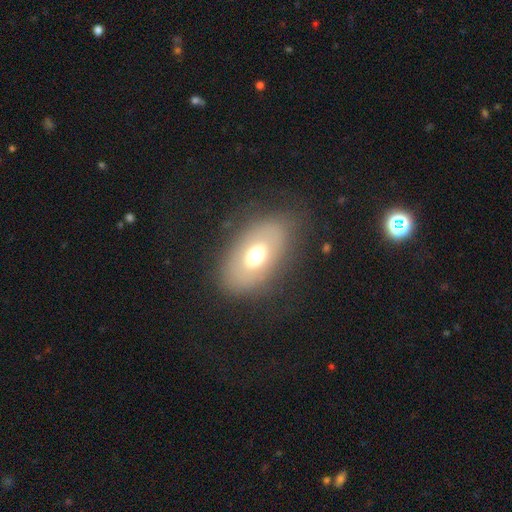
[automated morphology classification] type=smooth (59%); roundness=in between (86%); merging=none (78%).